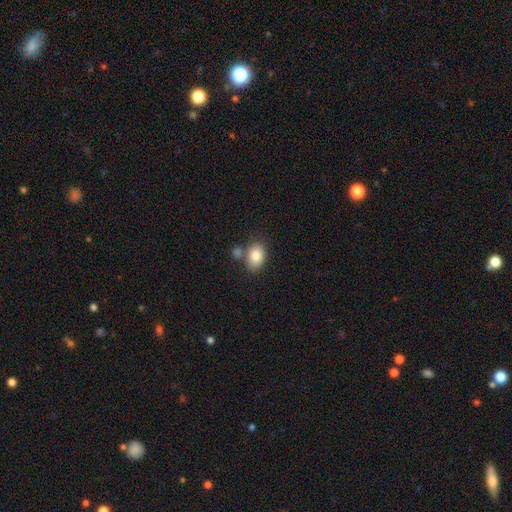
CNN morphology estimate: Overall: smooth (83%). How rounded: in between (77%). Merging: none (62%).